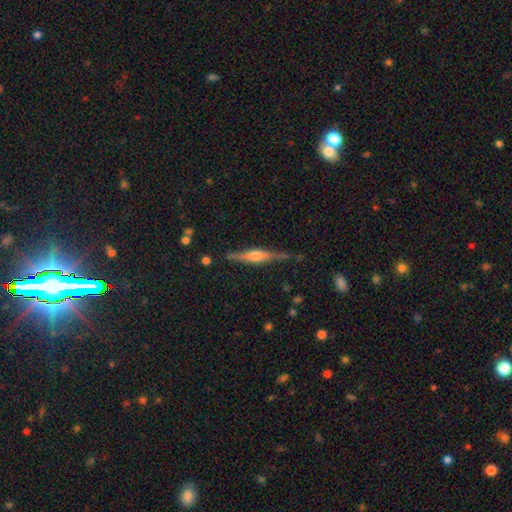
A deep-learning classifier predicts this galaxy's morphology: A featured or disk galaxy (78%) viewed edge-on (97%) with a rounded central bulge (81%). Merging: none (84%).